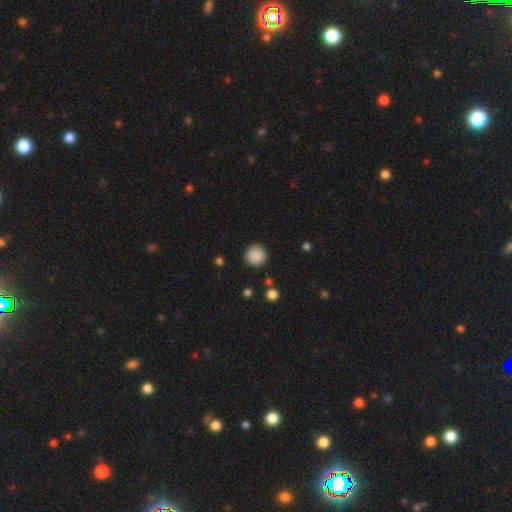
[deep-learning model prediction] smooth-or-featured: smooth: 88% | star or artifact: 9% | featured or disk: 3%
  how-rounded: round: 94% | in between: 5% | cigar-shaped: 1%
  merging: none: 89% | minor disturbance: 7% | major disturbance: 2% | merger: 2%